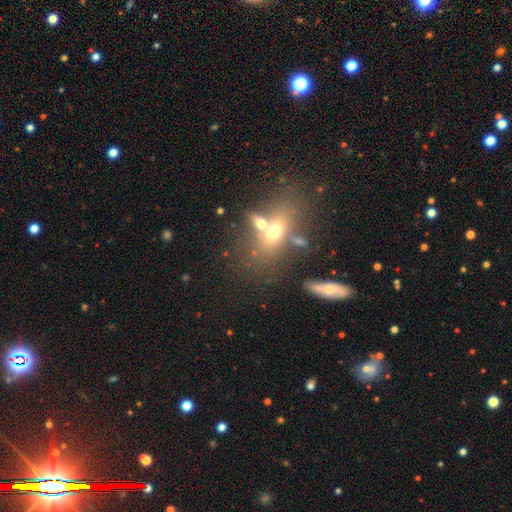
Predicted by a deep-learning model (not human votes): Smooth or featured: smooth — 48% (featured or disk — 31%)
Merging: none — 40% (tied with merger — 40%)